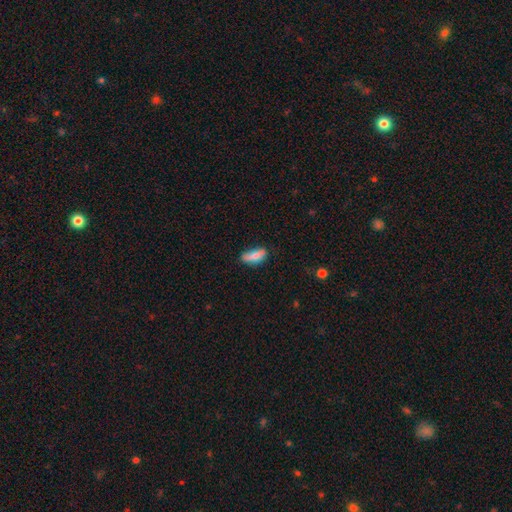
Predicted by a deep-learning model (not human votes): Morphology: type=smooth (70%); roundness=in between (79%); merging=none (63%).